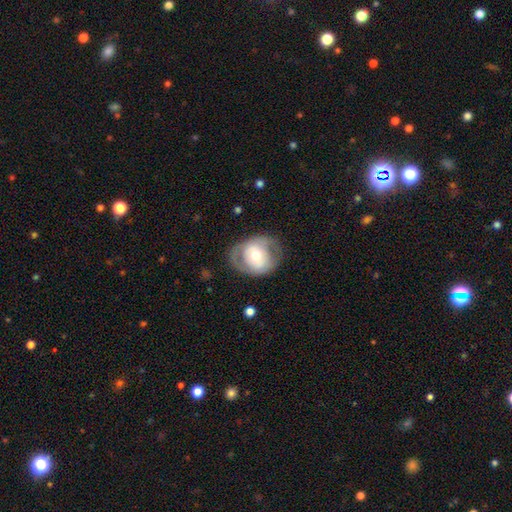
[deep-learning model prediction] Q: Smooth or featured?
A: featured or disk (50%); runner-up: smooth (44%)
Q: Merging?
A: none (69%); runner-up: minor disturbance (19%)